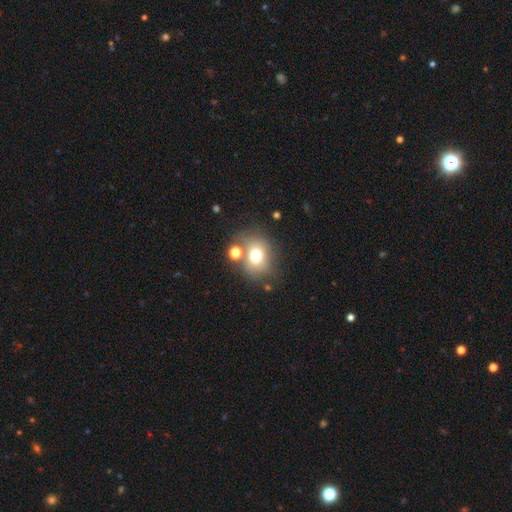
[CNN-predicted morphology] Smooth or featured? smooth (70%)
How rounded? round (61%)
Merging? none (61%)